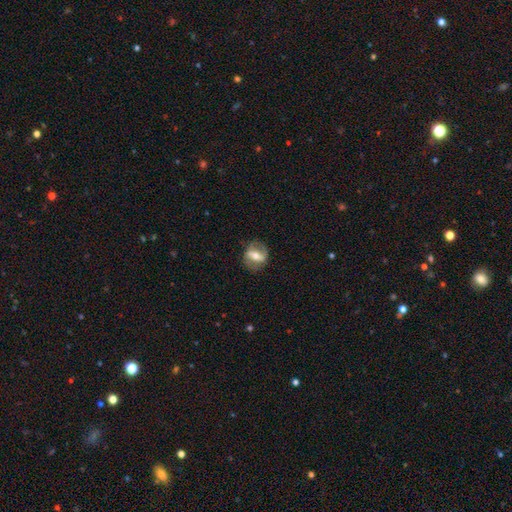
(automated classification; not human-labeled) Smooth or featured? featured or disk (66%)
Edge-on disk? no (92%)
Bar? strong (55%)
Spiral arms? yes (68%)
Bulge size? moderate (63%)
Merging? none (76%)